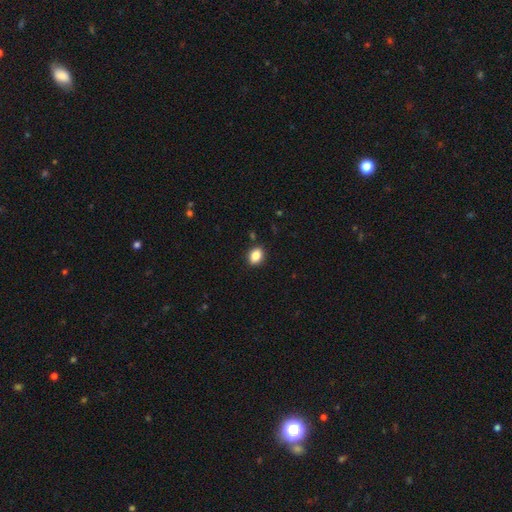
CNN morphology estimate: The model was most divided on "how rounded": in between: 65%, round: 33%, cigar-shaped: 1%. More confident: merging — none (89%); smooth or featured — smooth (86%).